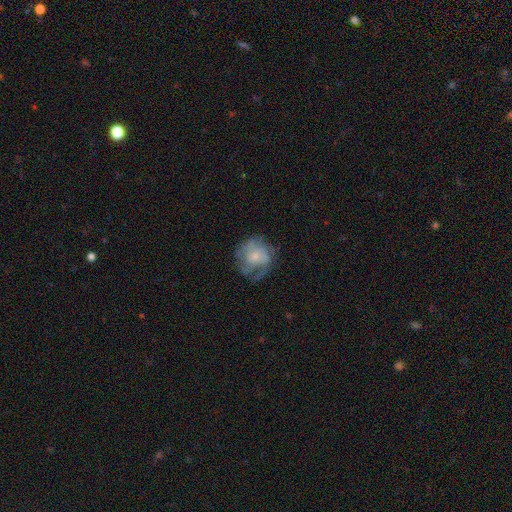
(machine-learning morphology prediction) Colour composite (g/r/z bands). It shows a featured or disk galaxy (51%). Merging: none (52%).